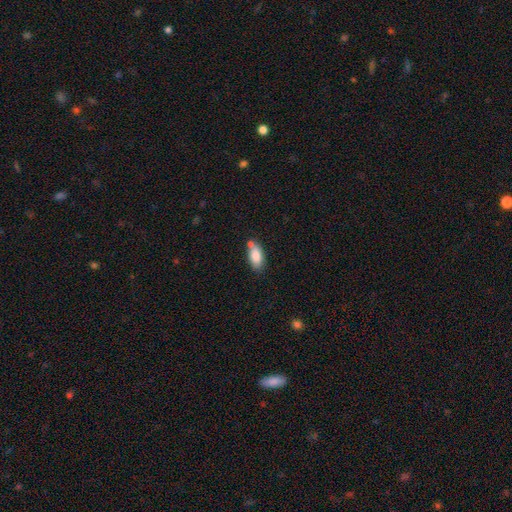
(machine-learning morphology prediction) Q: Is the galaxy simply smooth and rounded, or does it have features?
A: smooth — 83%.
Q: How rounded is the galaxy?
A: in between — 87%.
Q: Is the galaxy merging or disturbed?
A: none — 60%.